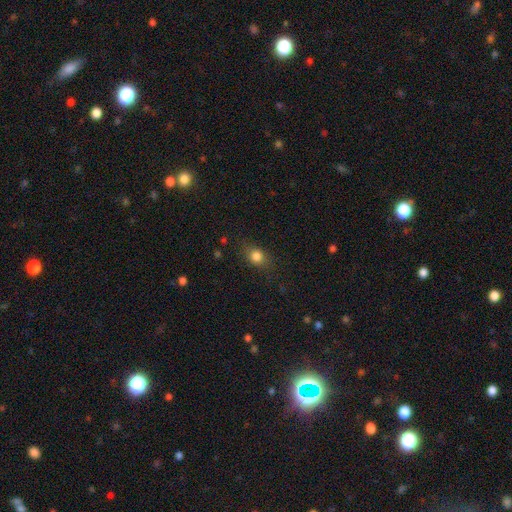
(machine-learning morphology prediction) The model was most divided on "how rounded": round: 49%, in between: 48%, cigar-shaped: 3%. More confident: smooth or featured — smooth (80%); merging — none (78%).